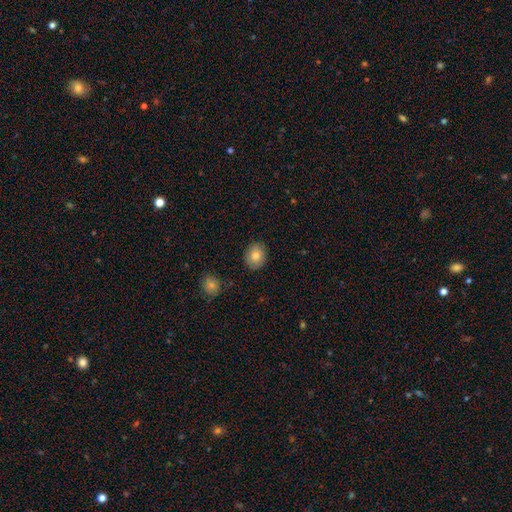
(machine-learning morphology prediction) This appears to be a smooth galaxy with no disk features (83%) that is round (60%). Merging: none (87%).